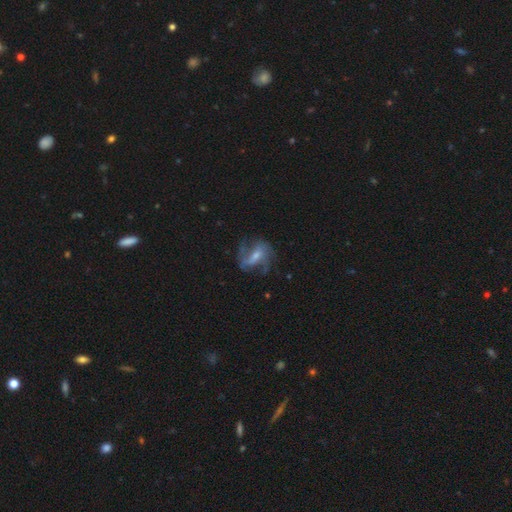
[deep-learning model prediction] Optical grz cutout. It shows a featured or disk galaxy (76%) with a weak bar (48%), 2 (51%) loose (44%) spiral arms (88%) and a small central bulge (49%). Merging: none (56%).